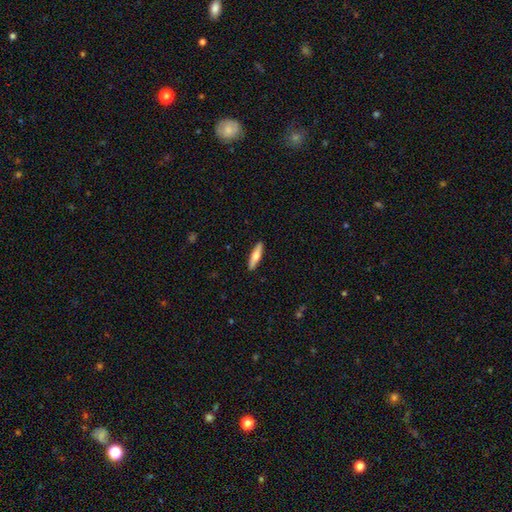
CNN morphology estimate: smooth-or-featured: smooth: 58% | featured or disk: 37% | star or artifact: 5%
  how-rounded: cigar-shaped: 73% | in between: 25% | round: 2%
  merging: none: 91% | minor disturbance: 7% | major disturbance: 1% | merger: 1%